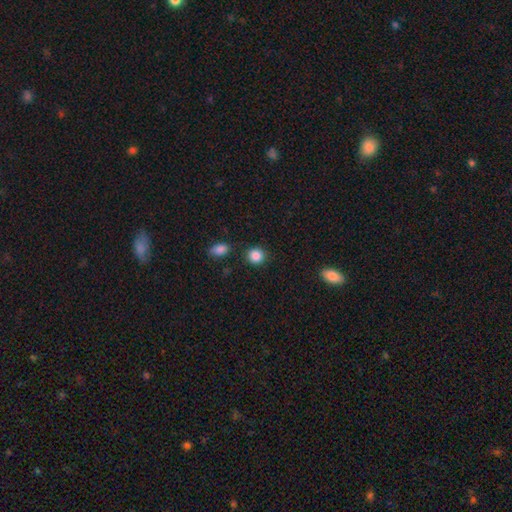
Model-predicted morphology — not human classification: Smooth or featured? Predicted: smooth (p=0.87). How rounded? Predicted: round (p=0.87). Merging? Predicted: none (p=0.85).